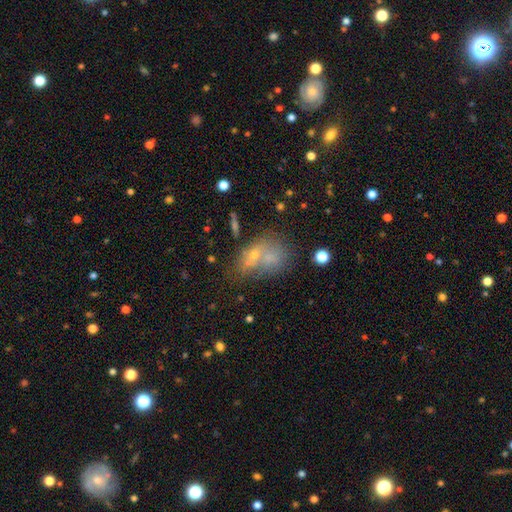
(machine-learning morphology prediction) smooth-or-featured: smooth: 51% | featured or disk: 30% | star or artifact: 19%
  how-rounded: in between: 66% | round: 30% | cigar-shaped: 4%
  merging: merger: 46% | none: 30% | minor disturbance: 13% | major disturbance: 11%